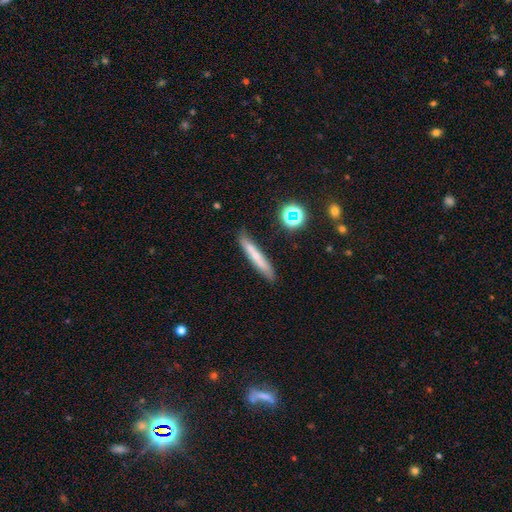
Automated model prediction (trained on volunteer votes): Smooth or featured?
  - smooth: 53% *
  - featured or disk: 37%
  - star or artifact: 11%
How rounded?
  - cigar-shaped: 92% *
  - in between: 6%
  - round: 2%
Merging?
  - none: 82% *
  - minor disturbance: 12%
  - merger: 3%
  - major disturbance: 3%